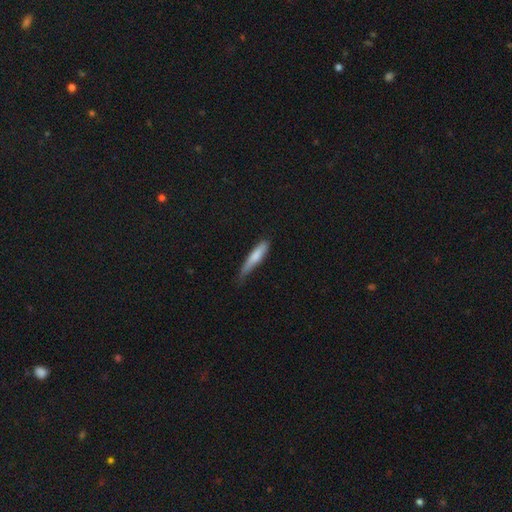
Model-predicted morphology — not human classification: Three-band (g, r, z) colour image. It shows a smooth galaxy with no disk features (77%) that is cigar-shaped (86%). Merging: none (46%).